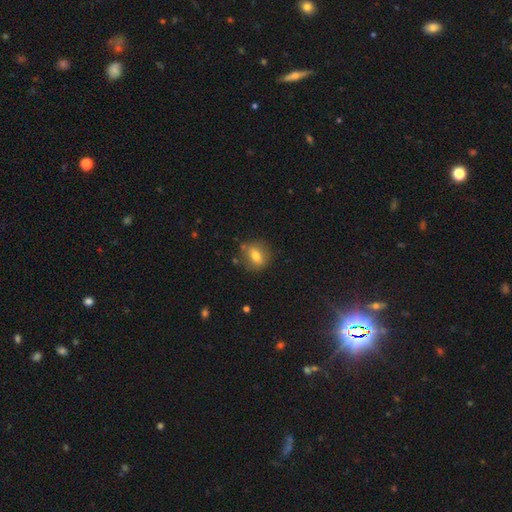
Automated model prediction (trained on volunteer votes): Morphology: type=smooth (67%); roundness=in between (48%, tied with round); merging=none (78%).